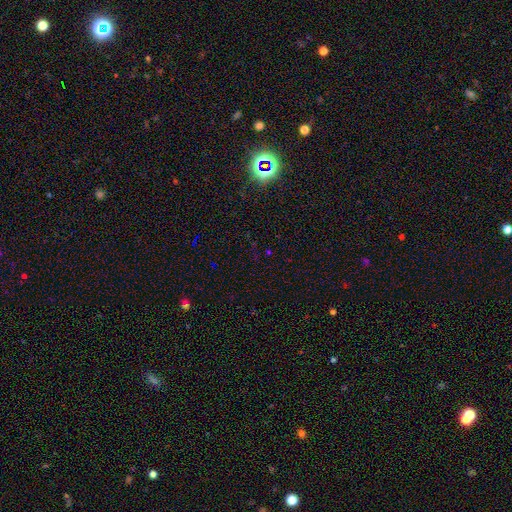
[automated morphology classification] Smooth or featured? Predicted: star or artifact (p=0.71).